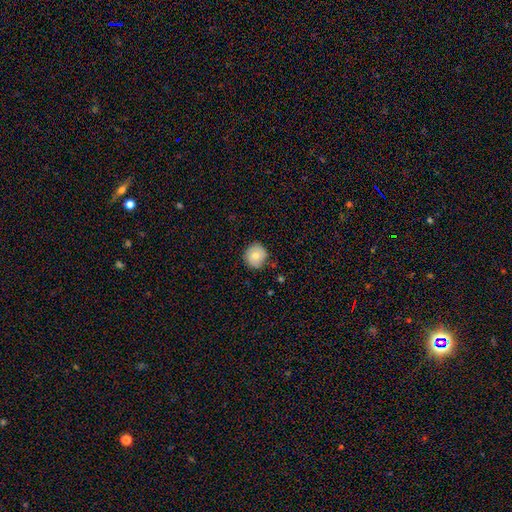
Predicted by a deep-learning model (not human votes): A smooth galaxy with no disk features (74%) that is round (91%).

Vote fractions:
- Smooth or featured? smooth: 74% / featured or disk: 18% / star or artifact: 8%
- How rounded? round: 91% / in between: 8% / cigar-shaped: 1%
- Merging? none: 83% / minor disturbance: 13% / major disturbance: 3% / merger: 1%